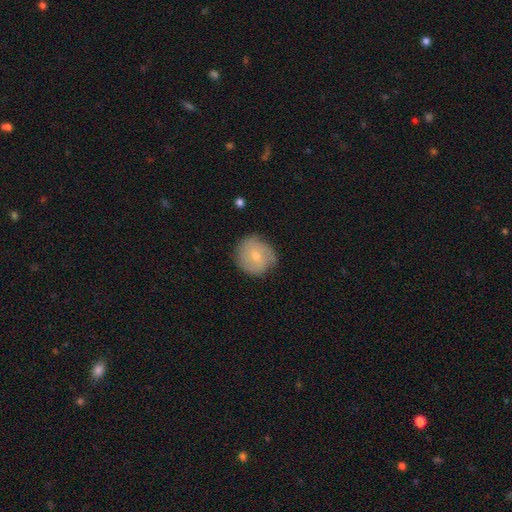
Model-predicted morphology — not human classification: smooth-or-featured: smooth: 48% | featured or disk: 44% | star or artifact: 7%
  merging: none: 75% | minor disturbance: 20% | major disturbance: 4% | merger: 1%